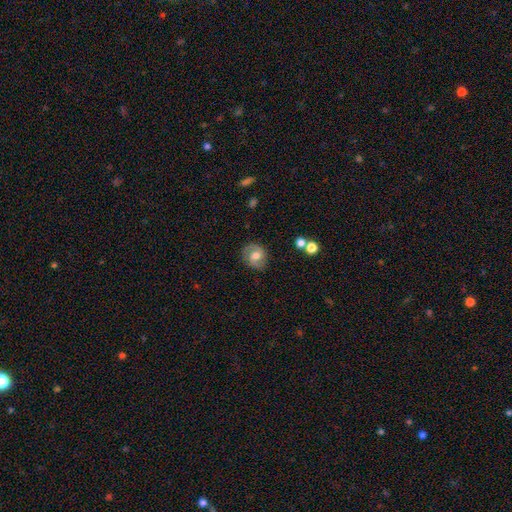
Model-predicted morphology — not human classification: Q: Smooth or featured?
A: featured or disk (60%); runner-up: smooth (32%)
Q: Edge-on disk?
A: no (97%); runner-up: yes (3%)
Q: Bar?
A: no (49%); runner-up: weak (42%)
Q: Spiral arms?
A: yes (87%); runner-up: no (13%)
Q: Spiral winding?
A: medium (48%); runner-up: tight (32%)
Q: Spiral arm count?
A: 2 (86%); runner-up: can't tell (7%)
Q: Bulge size?
A: moderate (69%); runner-up: large (14%)
Q: Merging?
A: none (80%); runner-up: minor disturbance (14%)